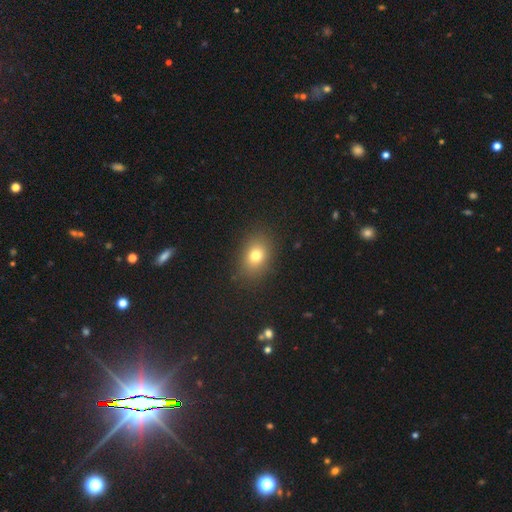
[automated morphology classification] smooth_or_featured: smooth (p=0.76) [alt: star or artifact p=0.14]
how_rounded: in between (p=0.65) [alt: round p=0.33]
merging: none (p=0.85) [alt: minor disturbance p=0.10]